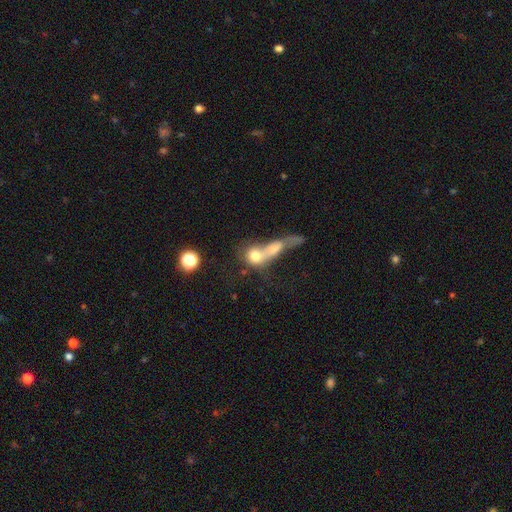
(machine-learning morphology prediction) A smooth galaxy with no disk features (66%) that is round (57%). Merging: merger (69%).